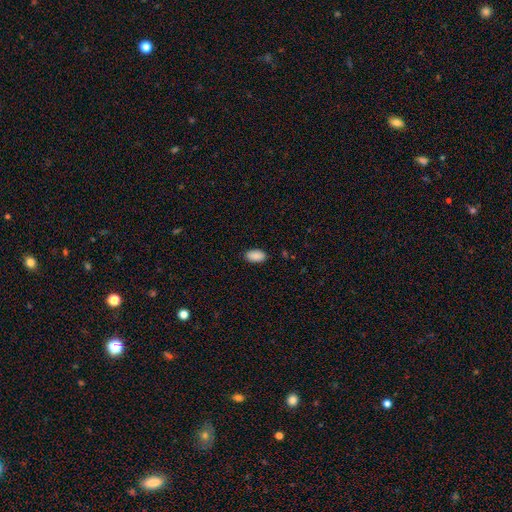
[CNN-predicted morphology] Smooth or featured? Predicted: smooth (p=0.90). How rounded? Predicted: in between (p=0.95). Merging? Predicted: none (p=0.88).